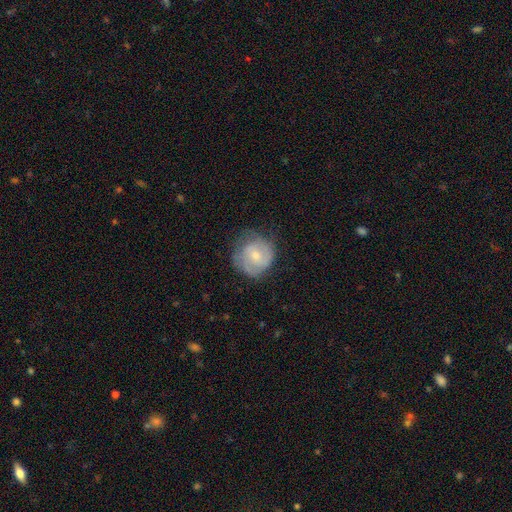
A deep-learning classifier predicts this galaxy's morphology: type=featured or disk (49%); merging=none (61%).